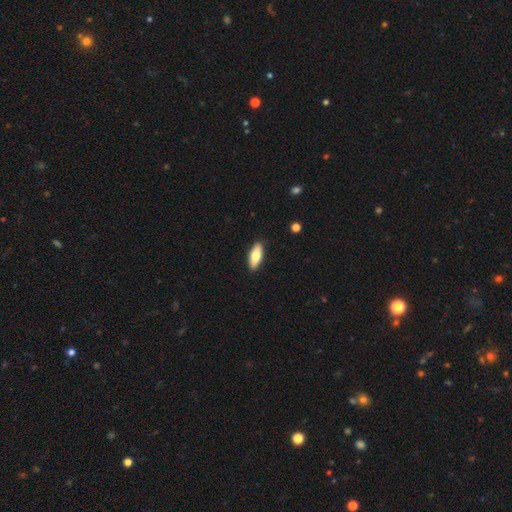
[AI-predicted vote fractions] smooth_or_featured: smooth (p=0.74) [alt: featured or disk p=0.20]
how_rounded: in between (p=0.73) [alt: cigar-shaped p=0.25]
merging: none (p=0.90) [alt: minor disturbance p=0.08]